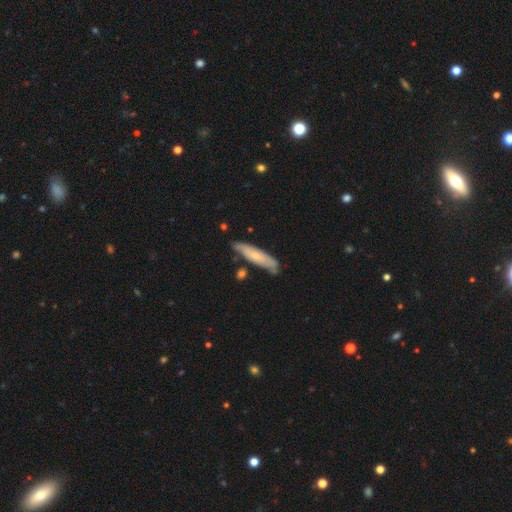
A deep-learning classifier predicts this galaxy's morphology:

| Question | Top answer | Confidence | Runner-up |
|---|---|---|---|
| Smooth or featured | smooth | 62% | featured or disk (33%) |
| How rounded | cigar-shaped | 80% | in between (18%) |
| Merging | none | 74% | minor disturbance (18%) |